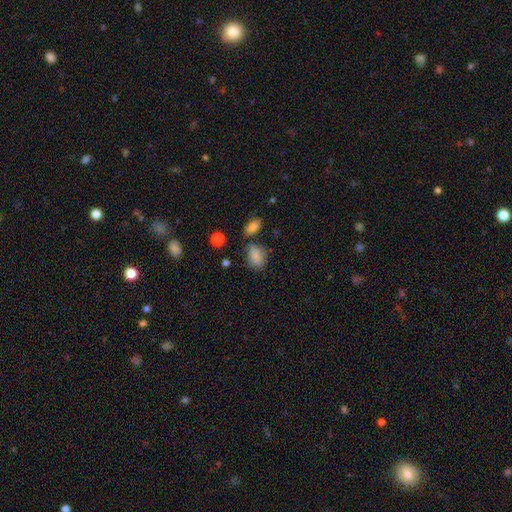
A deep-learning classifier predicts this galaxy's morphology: Smooth or featured?
  - smooth: 82% *
  - star or artifact: 10%
  - featured or disk: 8%
How rounded?
  - in between: 82% *
  - round: 16%
  - cigar-shaped: 2%
Merging?
  - none: 54% *
  - minor disturbance: 26%
  - merger: 12%
  - major disturbance: 9%